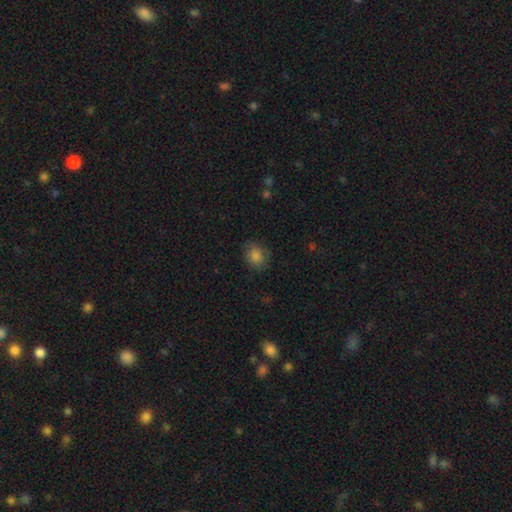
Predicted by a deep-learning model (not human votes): Overall: smooth (82%). How rounded: round (66%; in between 33%). Merging: none (79%).